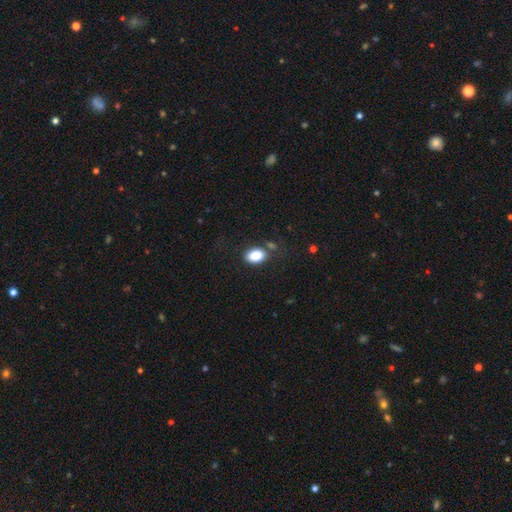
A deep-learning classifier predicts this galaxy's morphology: type=smooth (86%); roundness=in between (85%); merging=none (72%).